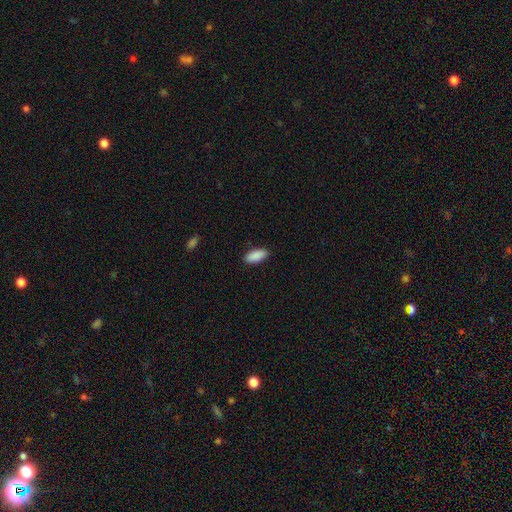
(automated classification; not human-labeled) A smooth galaxy with no disk features (91%) that is in between round and cigar-shaped (88%). Merging: none (89%).